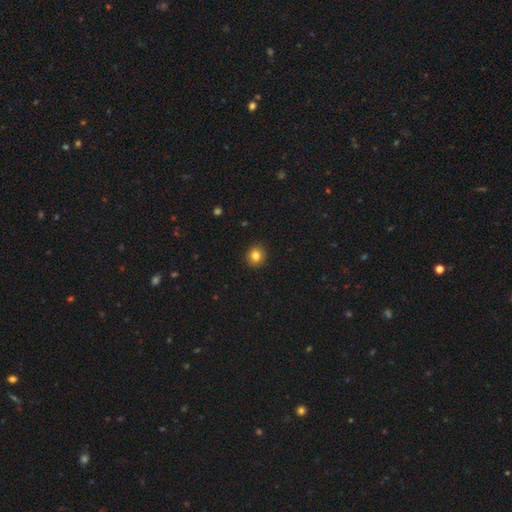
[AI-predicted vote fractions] Q: Smooth or featured?
A: smooth (82%); runner-up: star or artifact (11%)
Q: How rounded?
A: round (88%); runner-up: in between (11%)
Q: Merging?
A: none (92%); runner-up: minor disturbance (6%)